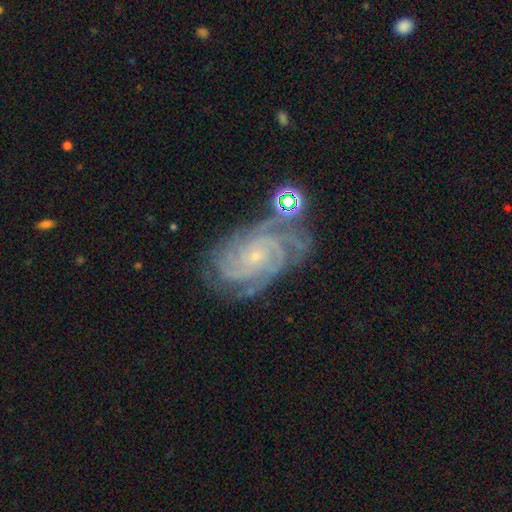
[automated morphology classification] A featured or disk galaxy (89%) with no bar (74%), 4 (38%) tight (74%) spiral arms (98%) and a small central bulge (84%). Merging: none (69%).